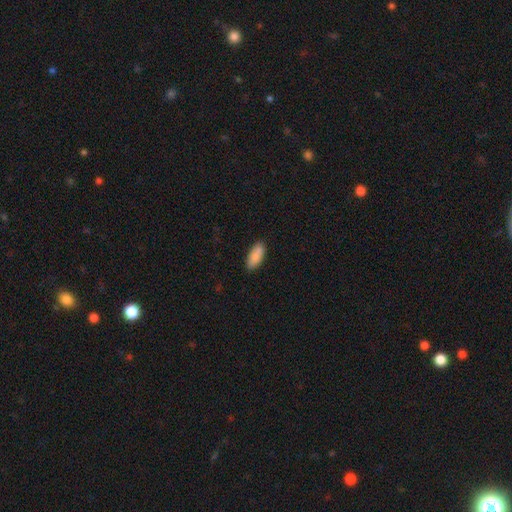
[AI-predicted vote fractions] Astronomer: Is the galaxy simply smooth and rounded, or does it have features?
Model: smooth — 87%.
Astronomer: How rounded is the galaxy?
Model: in between — 84%.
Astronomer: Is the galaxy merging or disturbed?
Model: none — 86%.